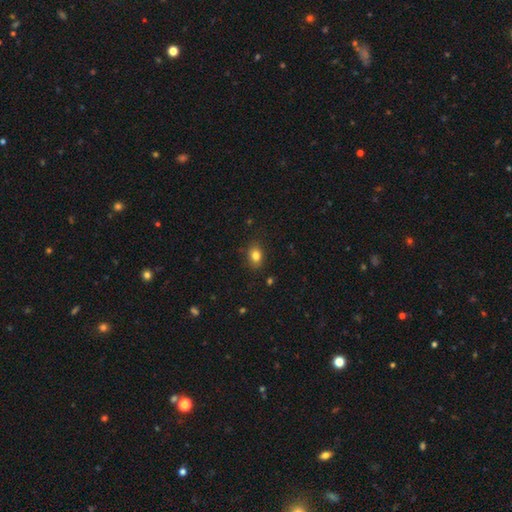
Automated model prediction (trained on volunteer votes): Smooth or featured? Predicted: smooth (p=0.82). How rounded? Predicted: in between (p=0.67). Merging? Predicted: none (p=0.85).